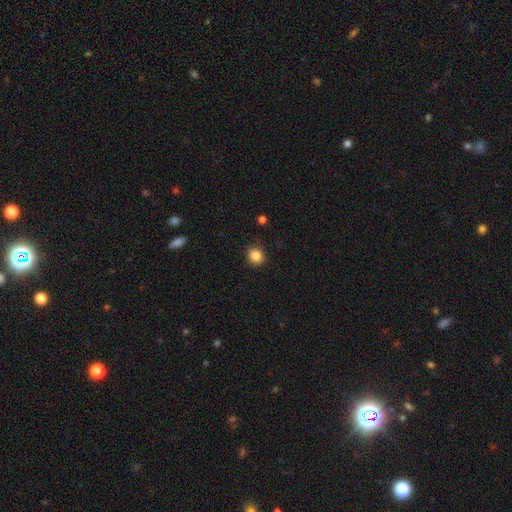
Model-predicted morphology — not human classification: Smooth or featured: smooth — 85% (star or artifact — 11%)
How rounded: round — 79% (in between — 20%)
Merging: none — 88% (minor disturbance — 9%)